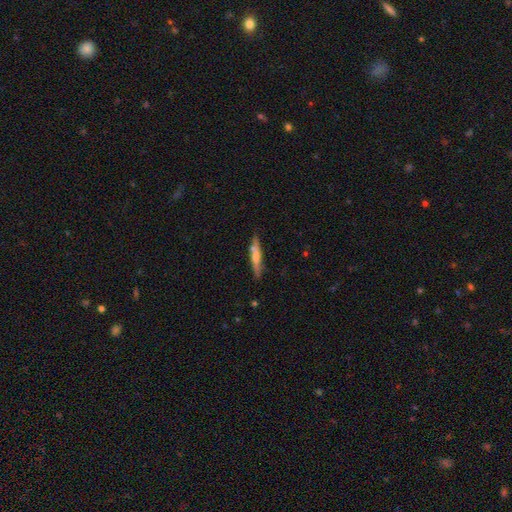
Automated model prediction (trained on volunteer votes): Overall: smooth (58%; featured or disk 36%). How rounded: cigar-shaped (90%). Merging: none (75%).